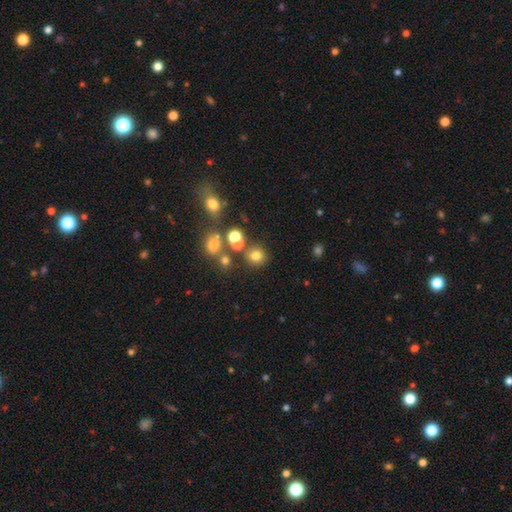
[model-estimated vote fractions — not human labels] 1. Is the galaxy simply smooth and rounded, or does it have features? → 73% smooth, 18% star or artifact, 9% featured or disk.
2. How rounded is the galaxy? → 85% round, 14% in between, 1% cigar-shaped.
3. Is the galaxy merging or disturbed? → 72% none, 14% merger, 9% minor disturbance, 5% major disturbance.